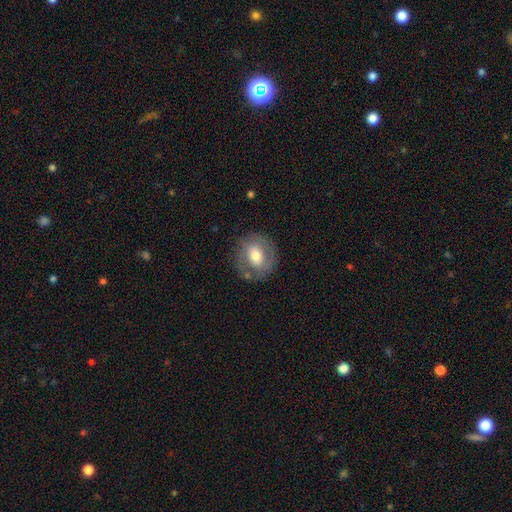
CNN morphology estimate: A smooth galaxy with no disk features (52%) that is round (73%). Merging: none (75%).